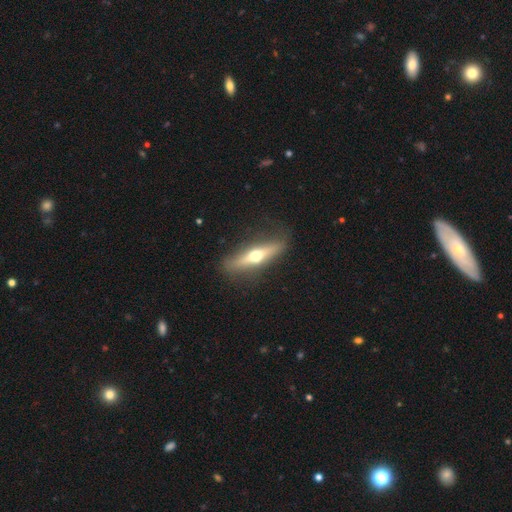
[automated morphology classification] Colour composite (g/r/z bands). It shows a featured or disk galaxy (63%) viewed edge-on (91%) with a rounded central bulge (95%). Merging: none (85%).